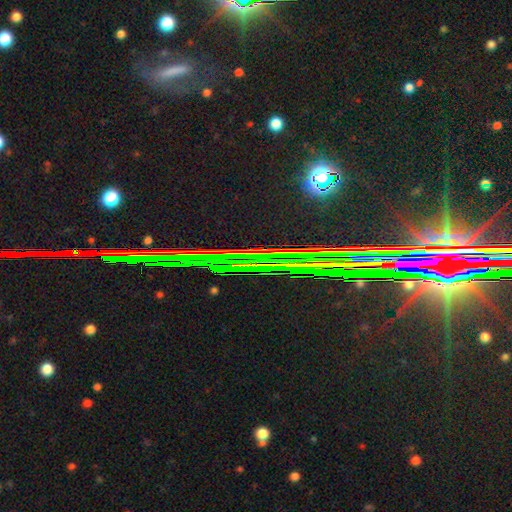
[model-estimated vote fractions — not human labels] A star or artifact, not a galaxy (82%).

Vote fractions:
- Smooth or featured? star or artifact: 82% / featured or disk: 9% / smooth: 9%